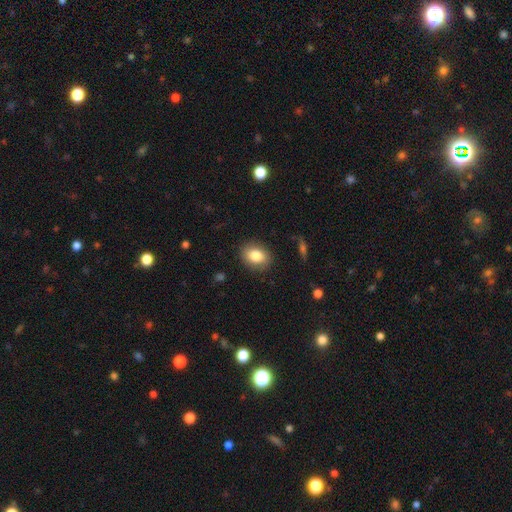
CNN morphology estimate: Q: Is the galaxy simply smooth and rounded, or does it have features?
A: smooth — 83%.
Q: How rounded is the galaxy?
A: in between — 63%.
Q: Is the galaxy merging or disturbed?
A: none — 87%.